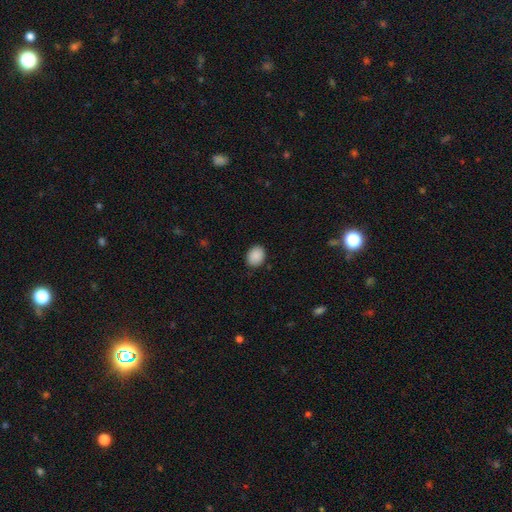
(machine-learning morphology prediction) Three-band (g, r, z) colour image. It shows a smooth galaxy with no disk features (90%) that is in between round and cigar-shaped (53%). Merging: none (87%).